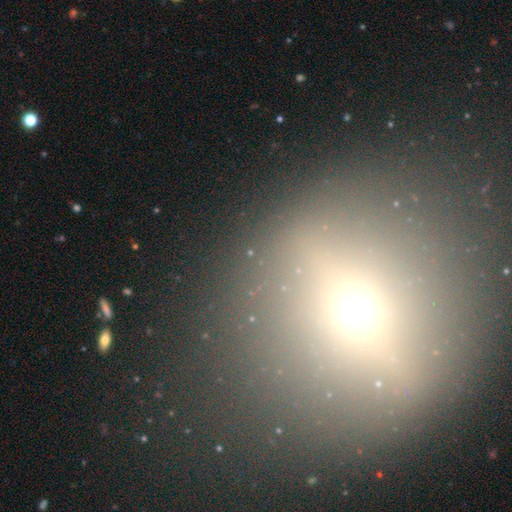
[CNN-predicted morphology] A smooth galaxy with no disk features (44%). Merging: none (84%).